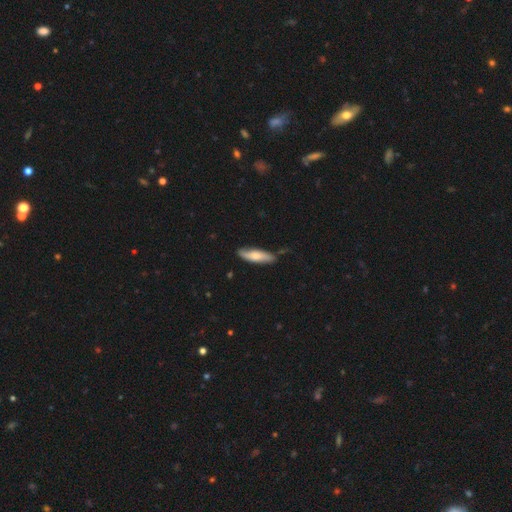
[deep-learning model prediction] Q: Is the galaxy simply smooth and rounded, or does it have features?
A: smooth — 61%.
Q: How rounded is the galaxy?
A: cigar-shaped — 66%.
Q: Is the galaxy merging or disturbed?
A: none — 78%.